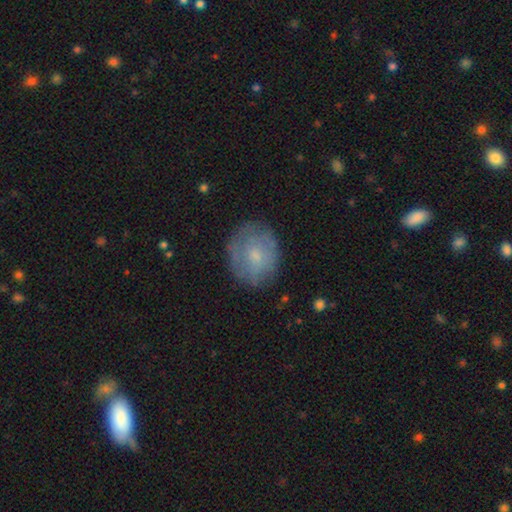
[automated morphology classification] Smooth or featured: smooth — 58% (featured or disk — 34%)
How rounded: round — 65% (in between — 34%)
Merging: none — 77% (minor disturbance — 17%)